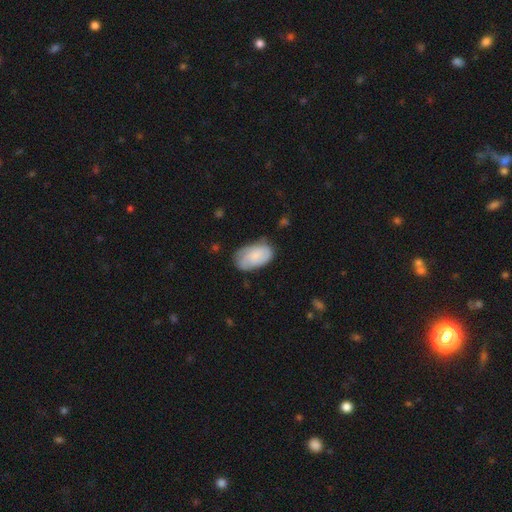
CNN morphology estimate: smooth 59%, featured or disk 34%, star or artifact 7%. Down the decision tree: how rounded — in between (93%); merging — none (64%).